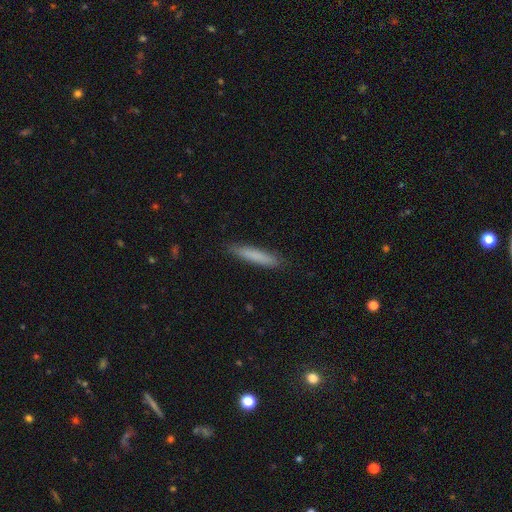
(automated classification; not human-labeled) Q: Smooth or featured?
A: smooth (80%); runner-up: featured or disk (14%)
Q: How rounded?
A: cigar-shaped (92%); runner-up: in between (7%)
Q: Merging?
A: none (88%); runner-up: minor disturbance (9%)